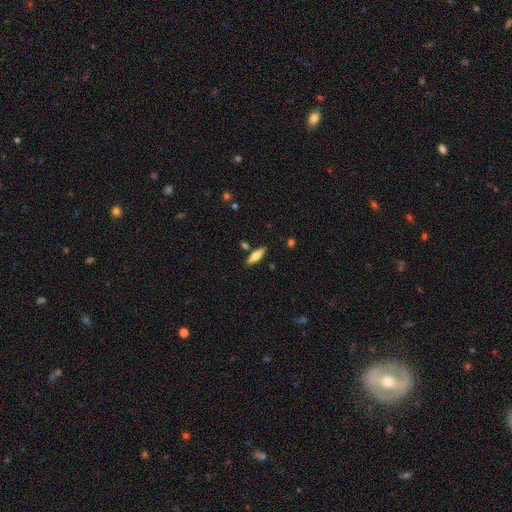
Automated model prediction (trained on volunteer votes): A smooth galaxy with no disk features (67%) that is cigar-shaped (54%).

Vote fractions:
- Smooth or featured? smooth: 67% / featured or disk: 27% / star or artifact: 6%
- How rounded? cigar-shaped: 54% / in between: 44% / round: 2%
- Merging? none: 83% / minor disturbance: 10% / merger: 5% / major disturbance: 2%